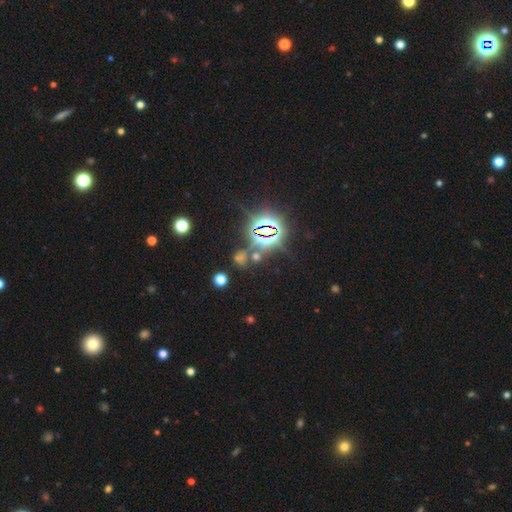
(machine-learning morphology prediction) The model was most divided on "smooth or featured": star or artifact: 73%, smooth: 19%, featured or disk: 8%.